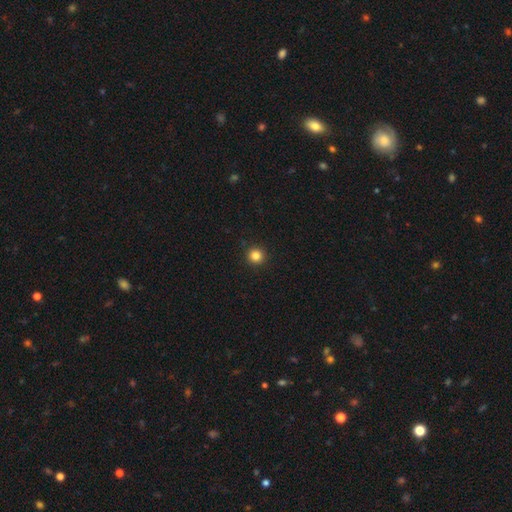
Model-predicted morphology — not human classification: type=smooth (84%); roundness=round (95%); merging=none (93%).